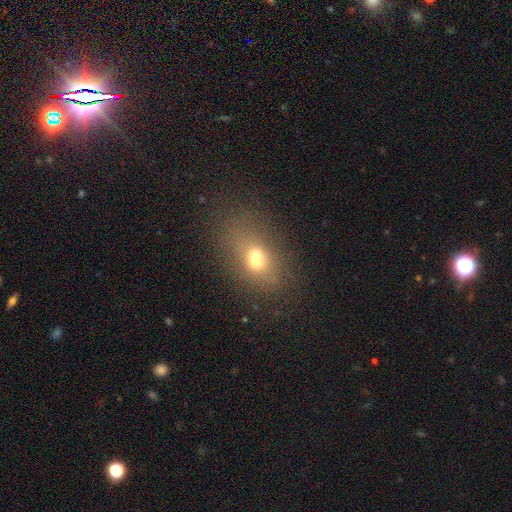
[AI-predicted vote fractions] This is possibly a smooth galaxy (60%). How rounded: likely in between (77%). Merging: possibly none (52%).